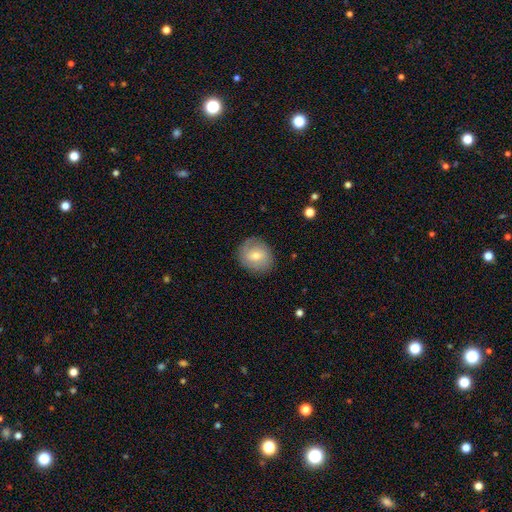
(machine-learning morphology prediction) Q: Smooth or featured?
A: smooth (49%); runner-up: featured or disk (42%)
Q: Merging?
A: none (82%); runner-up: minor disturbance (13%)